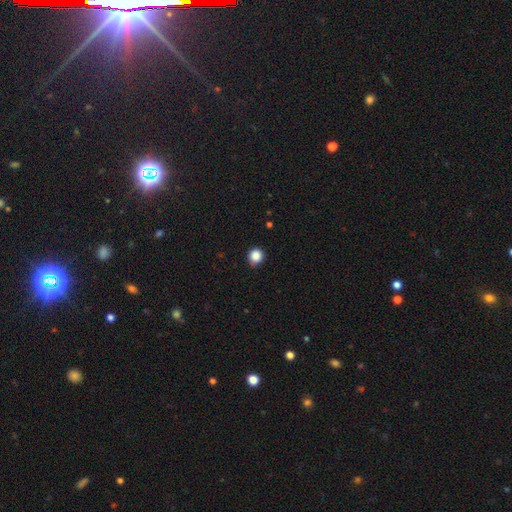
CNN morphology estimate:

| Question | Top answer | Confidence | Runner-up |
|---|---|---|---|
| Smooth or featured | smooth | 86% | star or artifact (11%) |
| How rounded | round | 89% | in between (10%) |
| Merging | none | 85% | minor disturbance (12%) |